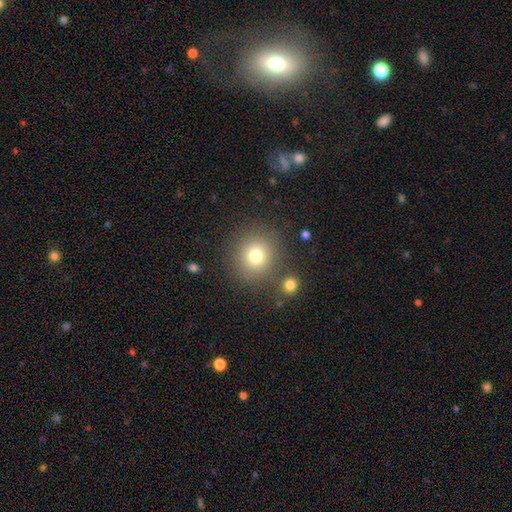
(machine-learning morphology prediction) Smooth or featured?
  - smooth: 76% *
  - star or artifact: 14%
  - featured or disk: 10%
How rounded?
  - round: 90% *
  - in between: 9%
  - cigar-shaped: 1%
Merging?
  - none: 81% *
  - minor disturbance: 8%
  - merger: 7%
  - major disturbance: 4%